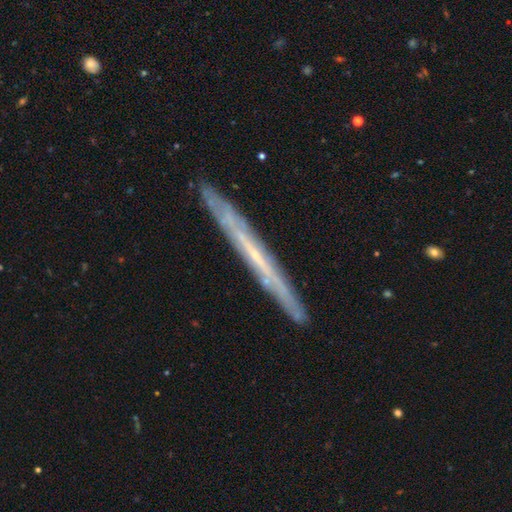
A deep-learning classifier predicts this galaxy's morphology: A featured or disk galaxy (70%) viewed edge-on (89%) with no central bulge (81%). Merging: none (88%).